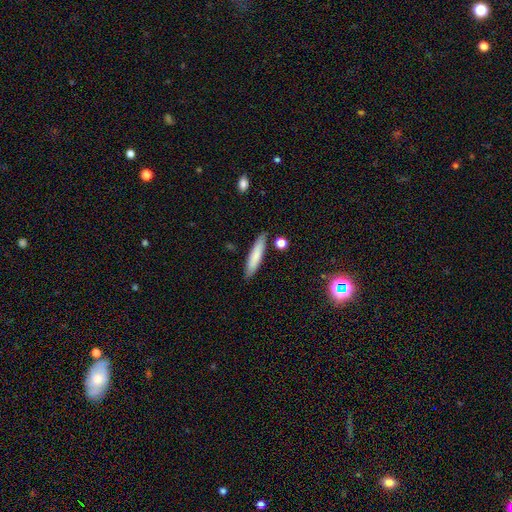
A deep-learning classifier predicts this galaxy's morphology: This appears to be a smooth galaxy with no disk features (79%) that is cigar-shaped (83%). Merging: none (85%).